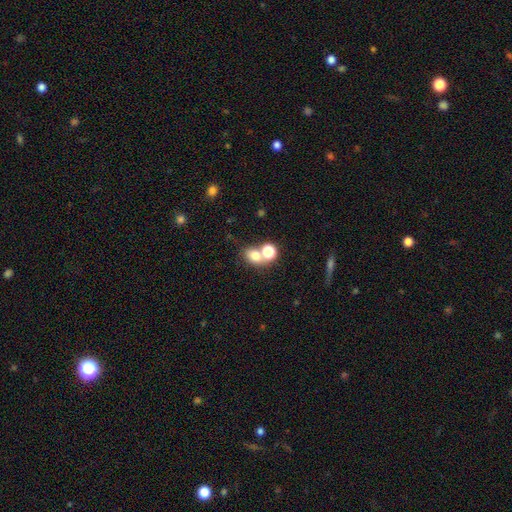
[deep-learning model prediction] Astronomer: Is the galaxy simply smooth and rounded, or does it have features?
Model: smooth — 73%.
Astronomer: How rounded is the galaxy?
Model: in between — 51% (runner-up: round, 48%).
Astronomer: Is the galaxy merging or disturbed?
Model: none — 45% (runner-up: merger, 42%).